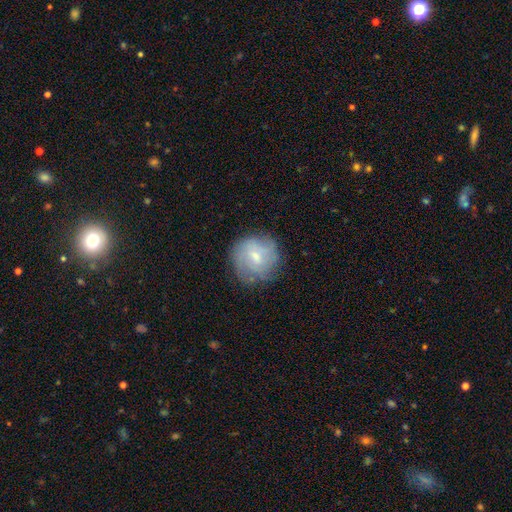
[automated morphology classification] This appears to be a smooth galaxy with no disk features (51%) that is round (90%). Merging: none (73%).